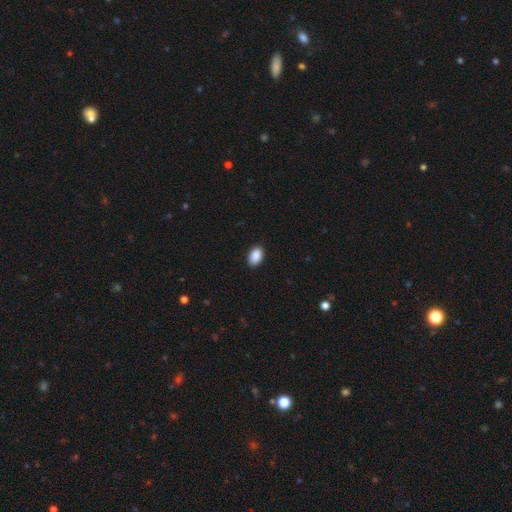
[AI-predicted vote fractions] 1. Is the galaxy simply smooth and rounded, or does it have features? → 90% smooth, 7% star or artifact, 3% featured or disk.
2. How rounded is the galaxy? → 92% in between, 7% round, 1% cigar-shaped.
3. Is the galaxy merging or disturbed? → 88% none, 10% minor disturbance, 2% major disturbance, 1% merger.